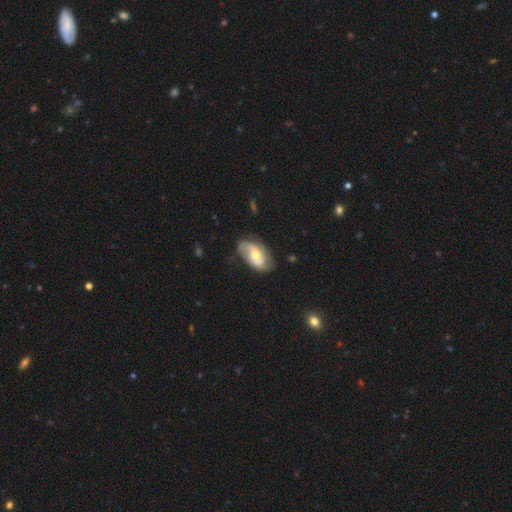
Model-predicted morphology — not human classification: A featured or disk galaxy (70%) with no bar (55%), 2 (81%) loose (44%) spiral arms (89%) and a moderate central bulge (59%). Merging: none (67%).